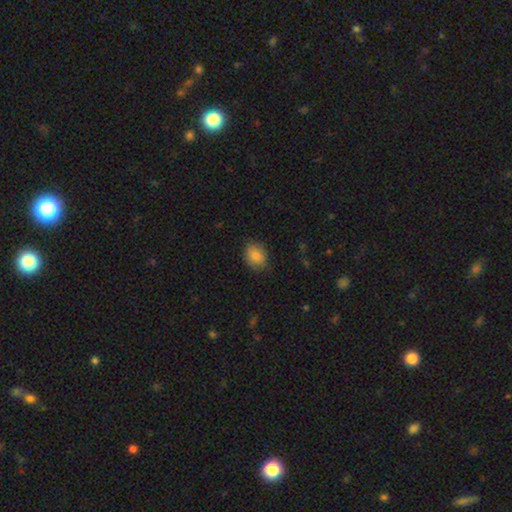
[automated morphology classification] Smooth or featured?
  - smooth: 84% *
  - featured or disk: 8%
  - star or artifact: 8%
How rounded?
  - in between: 61% *
  - round: 38%
  - cigar-shaped: 1%
Merging?
  - none: 78% *
  - minor disturbance: 17%
  - major disturbance: 3%
  - merger: 1%